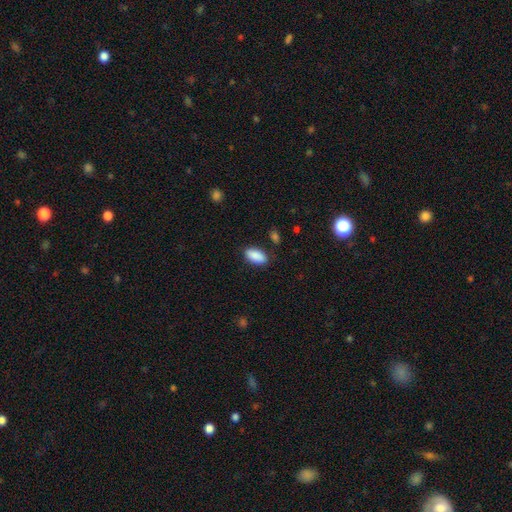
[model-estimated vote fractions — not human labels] This is clearly a smooth galaxy (89%). How rounded: clearly in between (93%). Merging: clearly none (84%).